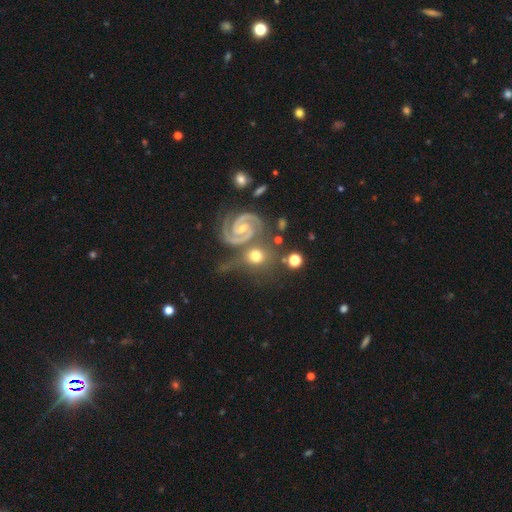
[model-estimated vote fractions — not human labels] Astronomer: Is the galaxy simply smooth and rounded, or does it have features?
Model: featured or disk — 62%.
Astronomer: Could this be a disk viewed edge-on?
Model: no — 95%.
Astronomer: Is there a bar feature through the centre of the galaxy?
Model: no — 42% (runner-up: weak, 38%).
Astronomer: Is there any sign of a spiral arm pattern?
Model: yes — 95%.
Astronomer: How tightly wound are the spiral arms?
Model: tight — 51% (runner-up: medium, 42%).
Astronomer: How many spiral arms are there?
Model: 2 — 85%.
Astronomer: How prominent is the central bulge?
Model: small — 51% (runner-up: moderate, 39%).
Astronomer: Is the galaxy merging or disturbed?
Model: none — 60%.